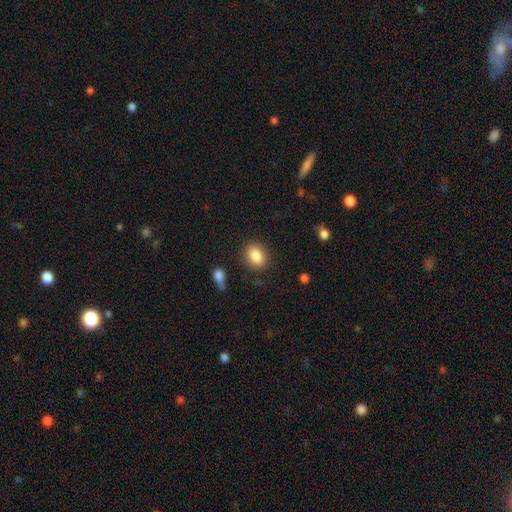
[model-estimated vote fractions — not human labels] Smooth or featured? Predicted: smooth (p=0.86). How rounded? Predicted: in between (p=0.61). Merging? Predicted: none (p=0.85).